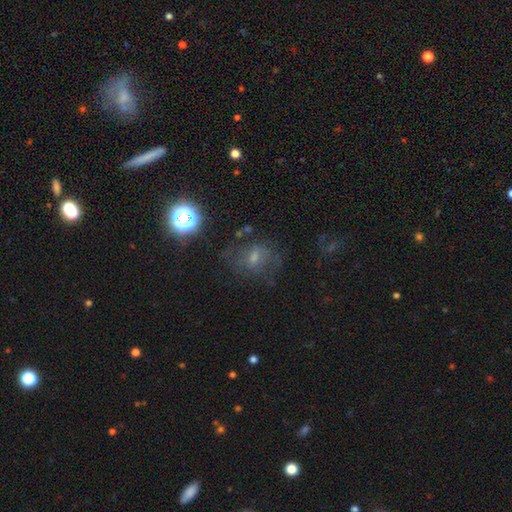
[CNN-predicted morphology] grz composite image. It shows a featured or disk galaxy (36%). Merging: none (61%).